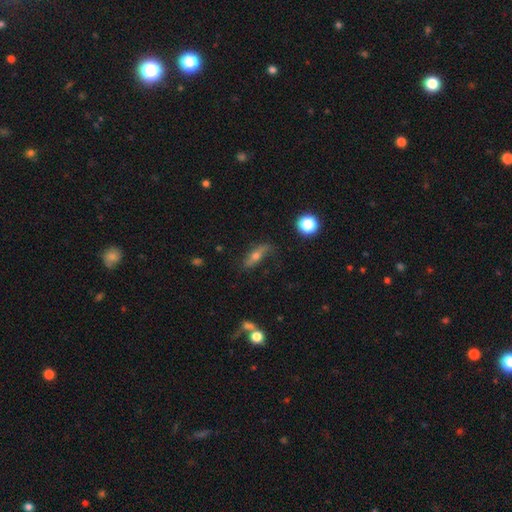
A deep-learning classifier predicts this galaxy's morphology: A featured or disk galaxy (51%) viewed edge-on (53%).

Vote fractions:
- Smooth or featured? featured or disk: 51% / smooth: 39% / star or artifact: 11%
- Edge-on disk? yes: 53% / no: 47%
- Merging? none: 63% / minor disturbance: 23% / major disturbance: 11% / merger: 3%